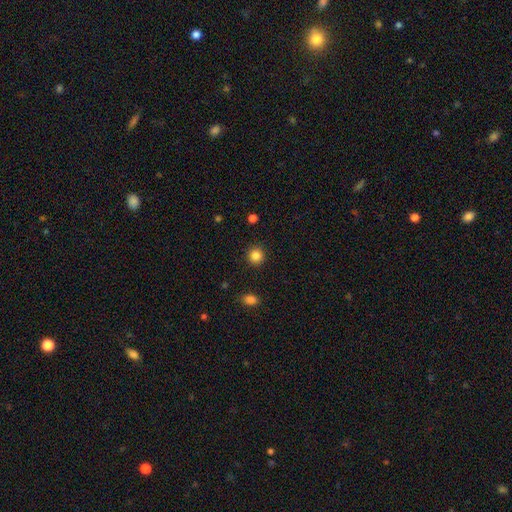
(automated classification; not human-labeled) This appears to be a smooth galaxy with no disk features (85%) that is round (92%). Merging: none (91%).